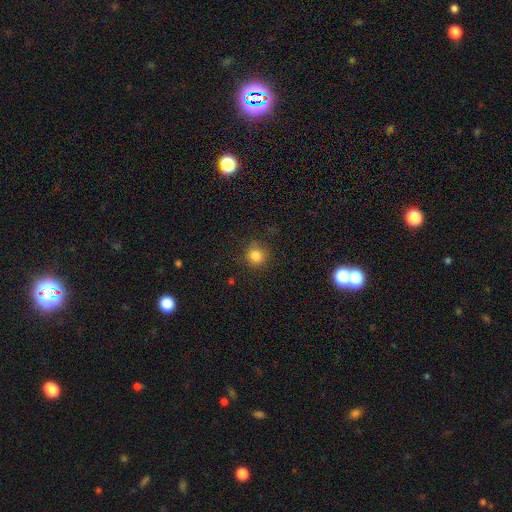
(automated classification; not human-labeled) The model was most divided on "smooth or featured": smooth: 83%, star or artifact: 12%, featured or disk: 5%. More confident: how rounded — round (90%); merging — none (84%).